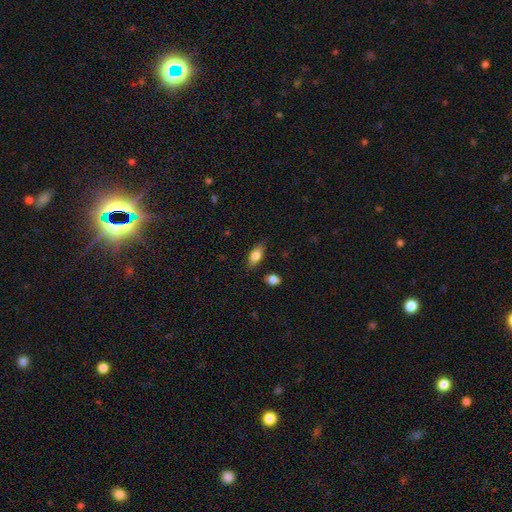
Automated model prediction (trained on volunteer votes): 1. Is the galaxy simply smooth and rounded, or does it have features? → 76% smooth, 16% featured or disk, 7% star or artifact.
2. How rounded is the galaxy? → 82% in between, 14% cigar-shaped, 4% round.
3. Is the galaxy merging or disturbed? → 81% none, 13% minor disturbance, 3% major disturbance, 3% merger.